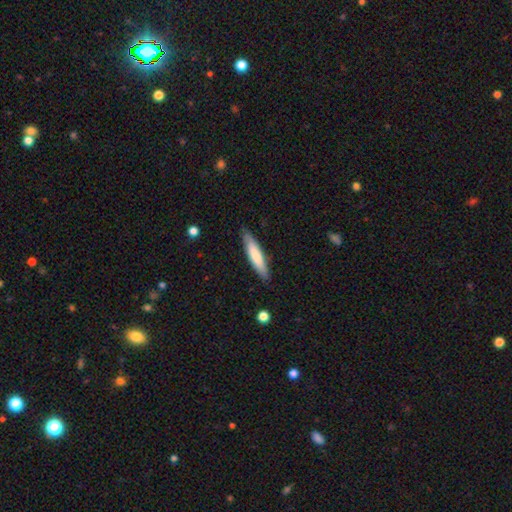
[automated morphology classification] Smooth or featured? smooth (73%)
How rounded? cigar-shaped (84%)
Merging? none (86%)